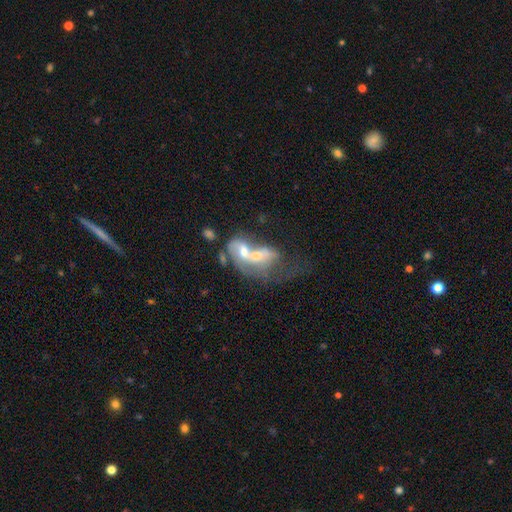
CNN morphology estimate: Smooth or featured: featured or disk — 64% (smooth — 28%)
Edge-on disk: no — 94% (yes — 6%)
Bar: no — 69% (weak — 23%)
Spiral arms: no — 52% (yes — 48%)
Bulge size: moderate — 58% (small — 28%)
Merging: merger — 74% (major disturbance — 13%)